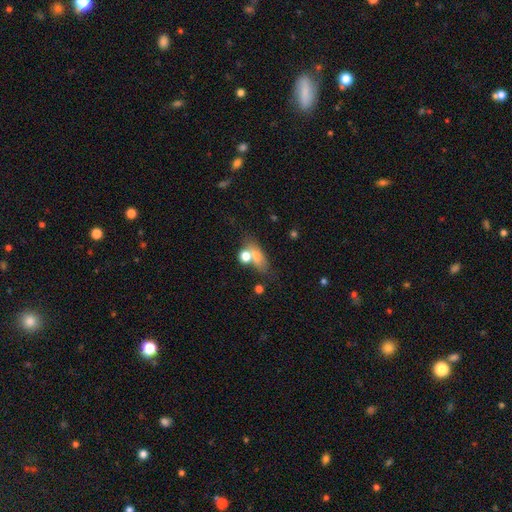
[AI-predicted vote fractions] Overall: smooth (64%). How rounded: in between (61%). Merging: none (51%; merger 26%).